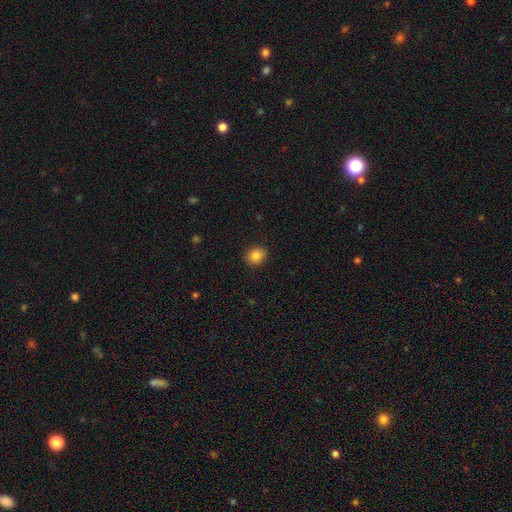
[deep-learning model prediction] Smooth or featured? smooth (85%)
How rounded? round (79%)
Merging? none (90%)